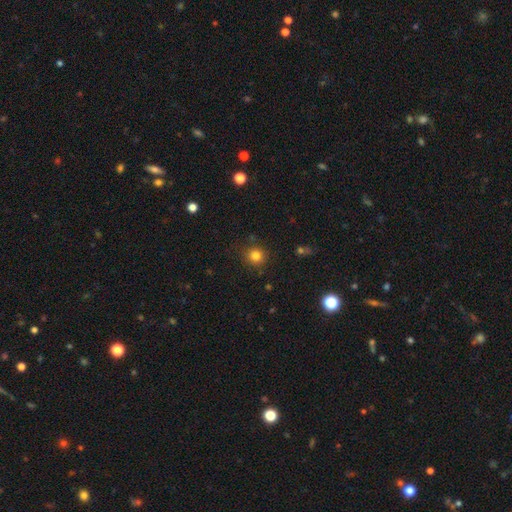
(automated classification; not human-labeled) Smooth or featured: smooth — 81% (star or artifact — 14%)
How rounded: round — 91% (in between — 8%)
Merging: none — 87% (minor disturbance — 8%)